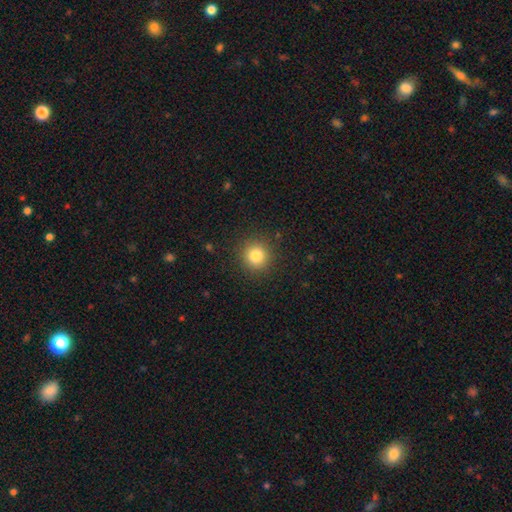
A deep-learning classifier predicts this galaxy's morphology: A smooth galaxy with no disk features (81%) that is round (94%).

Vote fractions:
- Smooth or featured? smooth: 81% / star or artifact: 12% / featured or disk: 6%
- How rounded? round: 94% / in between: 5% / cigar-shaped: 1%
- Merging? none: 90% / minor disturbance: 6% / major disturbance: 2% / merger: 1%